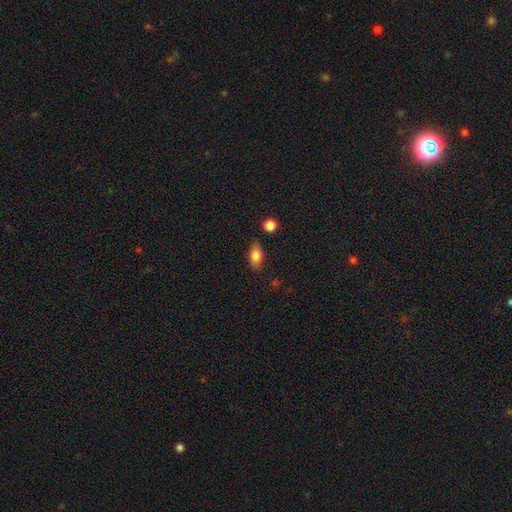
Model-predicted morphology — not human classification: Smooth or featured?
  - smooth: 80% *
  - featured or disk: 11%
  - star or artifact: 9%
How rounded?
  - in between: 83% *
  - round: 10%
  - cigar-shaped: 7%
Merging?
  - none: 80% *
  - minor disturbance: 15%
  - major disturbance: 3%
  - merger: 3%